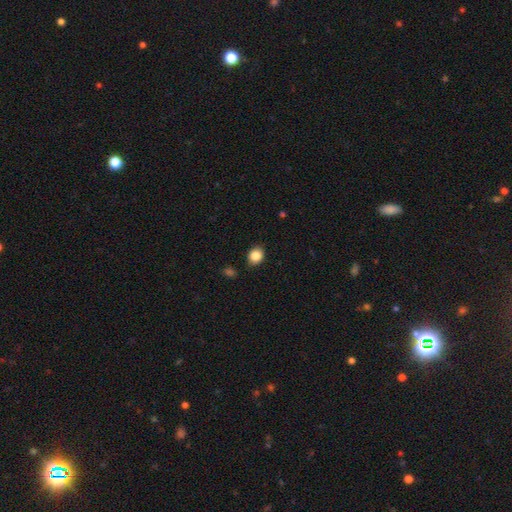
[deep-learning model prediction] Smooth or featured? smooth (86%)
How rounded? round (50%)
Merging? none (86%)